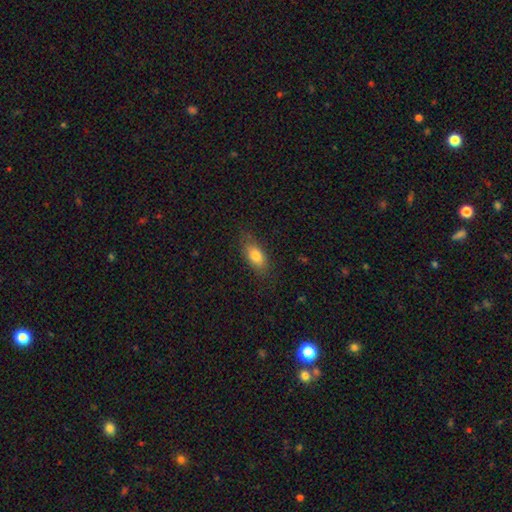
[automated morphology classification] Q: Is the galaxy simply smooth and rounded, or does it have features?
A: smooth — 79%.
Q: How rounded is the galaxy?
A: in between — 85%.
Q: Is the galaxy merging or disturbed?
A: none — 79%.